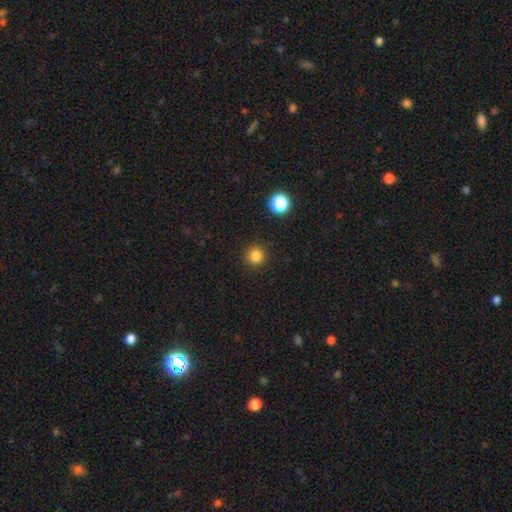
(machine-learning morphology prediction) smooth_or_featured: smooth (p=0.83) [alt: star or artifact p=0.13]
how_rounded: round (p=0.95) [alt: in between p=0.04]
merging: none (p=0.92) [alt: minor disturbance p=0.05]